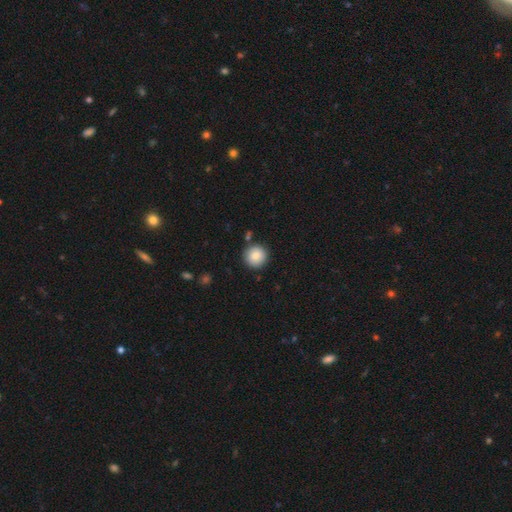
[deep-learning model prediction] Morphology: type=smooth (84%); roundness=round (95%); merging=none (87%).